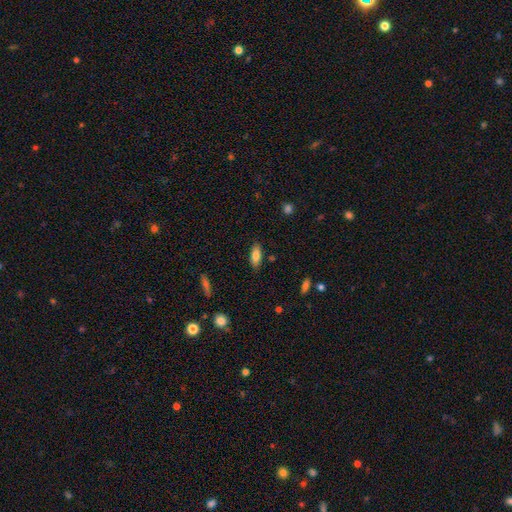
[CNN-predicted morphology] type=smooth (81%); roundness=in between (78%); merging=none (84%).